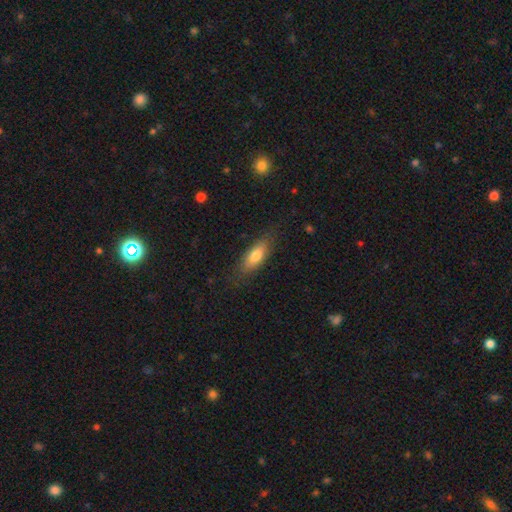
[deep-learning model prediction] smooth-or-featured: smooth: 72% | featured or disk: 21% | star or artifact: 6%
  how-rounded: in between: 69% | cigar-shaped: 29% | round: 2%
  merging: none: 79% | minor disturbance: 15% | major disturbance: 5% | merger: 1%